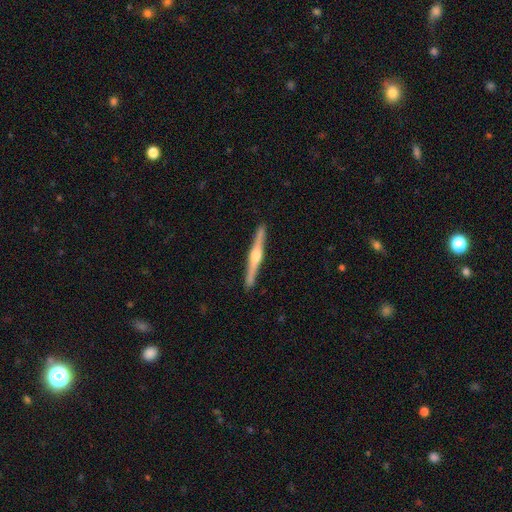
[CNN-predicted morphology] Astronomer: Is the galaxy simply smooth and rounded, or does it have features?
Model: featured or disk — 81%.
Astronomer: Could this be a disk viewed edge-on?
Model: yes — 99%.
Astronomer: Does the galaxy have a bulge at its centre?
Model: rounded — 91%.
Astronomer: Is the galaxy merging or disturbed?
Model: none — 92%.